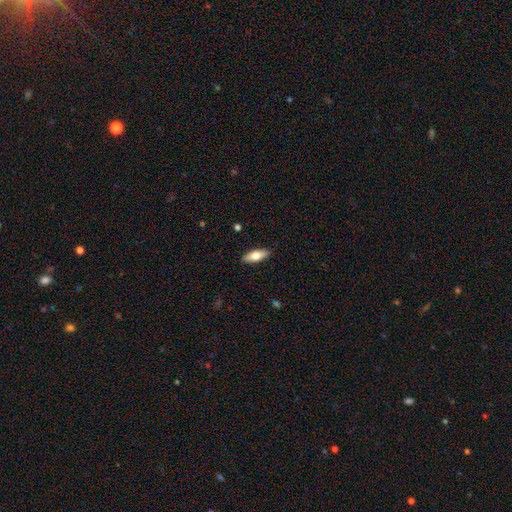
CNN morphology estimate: smooth-or-featured: smooth: 70% | featured or disk: 24% | star or artifact: 6%
  how-rounded: in between: 66% | cigar-shaped: 32% | round: 2%
  merging: none: 89% | minor disturbance: 8% | major disturbance: 2% | merger: 1%